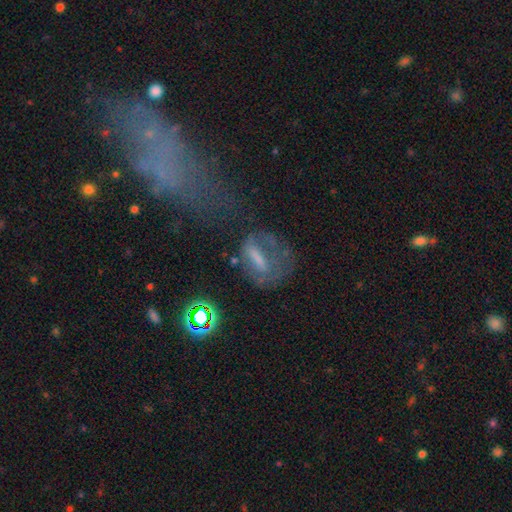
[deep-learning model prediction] featured or disk 44%, smooth 34%, star or artifact 22%. Down the decision tree: merging — none (40%).